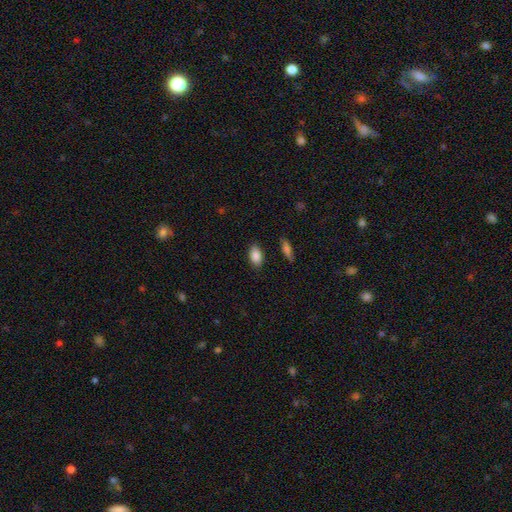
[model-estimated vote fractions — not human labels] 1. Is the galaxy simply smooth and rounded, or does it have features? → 87% smooth, 7% star or artifact, 6% featured or disk.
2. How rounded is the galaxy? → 91% in between, 6% round, 3% cigar-shaped.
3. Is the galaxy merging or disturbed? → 86% none, 9% minor disturbance, 2% major disturbance, 2% merger.